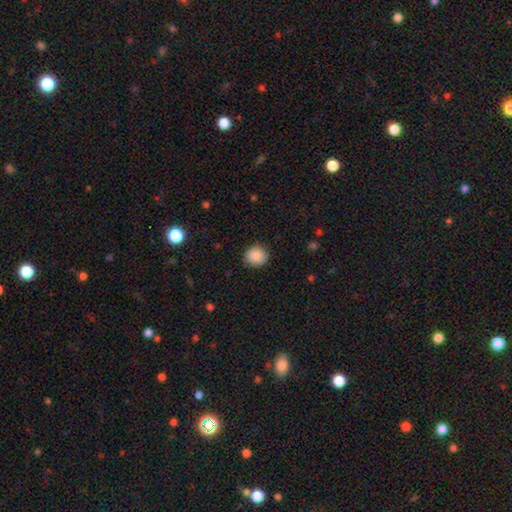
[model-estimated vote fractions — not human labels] The model was most divided on "how rounded": round: 86%, in between: 13%, cigar-shaped: 1%. More confident: merging — none (89%); smooth or featured — smooth (88%).